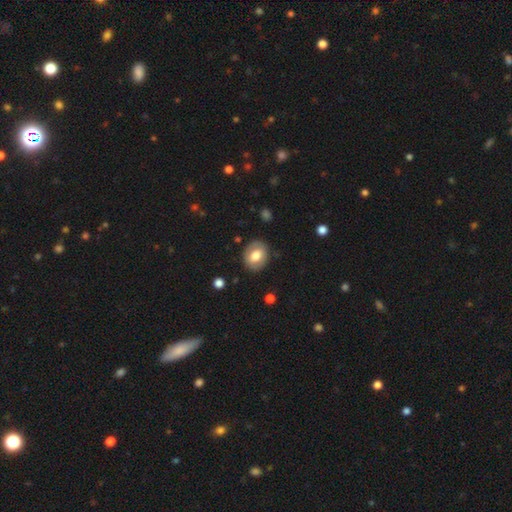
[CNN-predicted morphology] The model was most divided on "how rounded": in between: 55%, round: 44%, cigar-shaped: 1%. More confident: merging — none (85%); smooth or featured — smooth (67%).